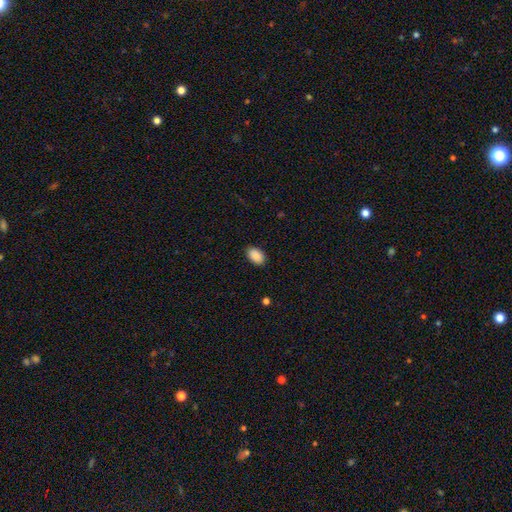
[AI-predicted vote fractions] Overall: smooth (90%). How rounded: in between (91%). Merging: none (88%).